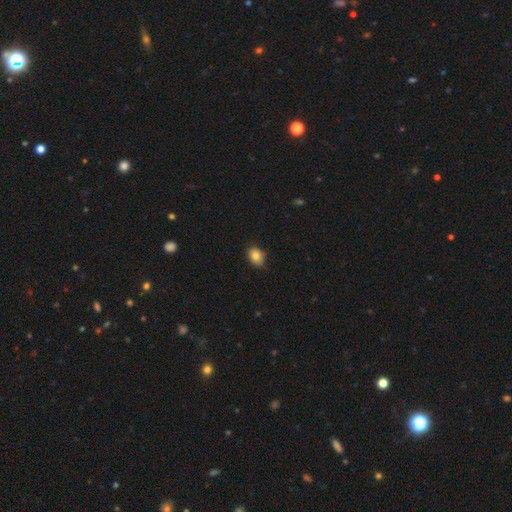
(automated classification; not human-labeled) Overall: smooth (83%). How rounded: in between (60%; round 39%). Merging: none (79%).